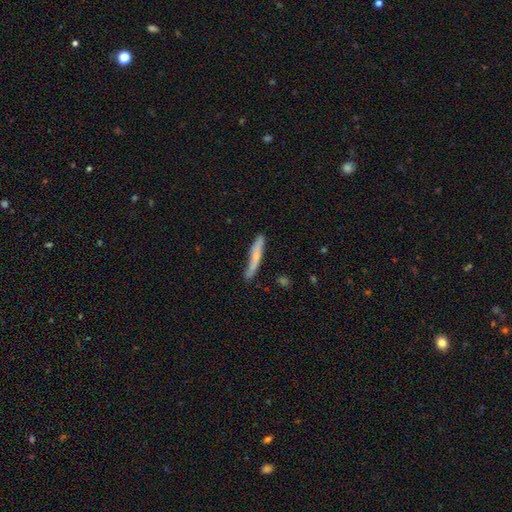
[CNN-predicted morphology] Q: Smooth or featured?
A: smooth (59%); runner-up: featured or disk (35%)
Q: How rounded?
A: cigar-shaped (93%); runner-up: in between (6%)
Q: Merging?
A: none (66%); runner-up: minor disturbance (24%)